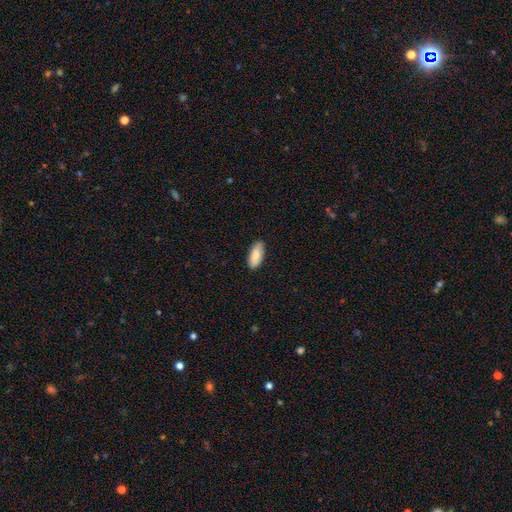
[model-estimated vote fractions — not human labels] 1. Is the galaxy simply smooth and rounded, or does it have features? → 82% smooth, 12% featured or disk, 6% star or artifact.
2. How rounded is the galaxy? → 87% in between, 11% cigar-shaped, 2% round.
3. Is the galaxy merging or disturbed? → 85% none, 12% minor disturbance, 2% major disturbance, 1% merger.